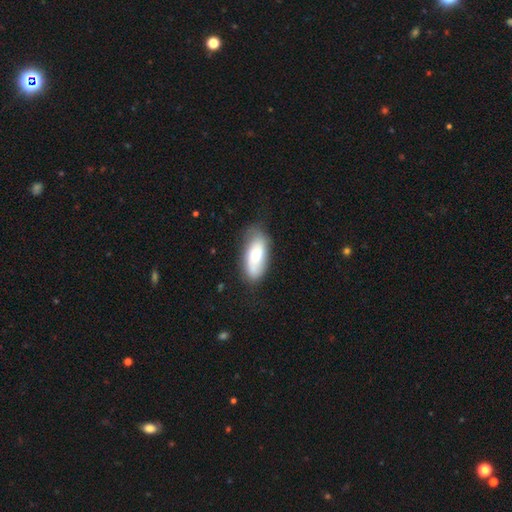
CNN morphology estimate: The model was most divided on "smooth or featured": smooth: 66%, featured or disk: 28%, star or artifact: 6%. More confident: how rounded — in between (86%); merging — none (72%).